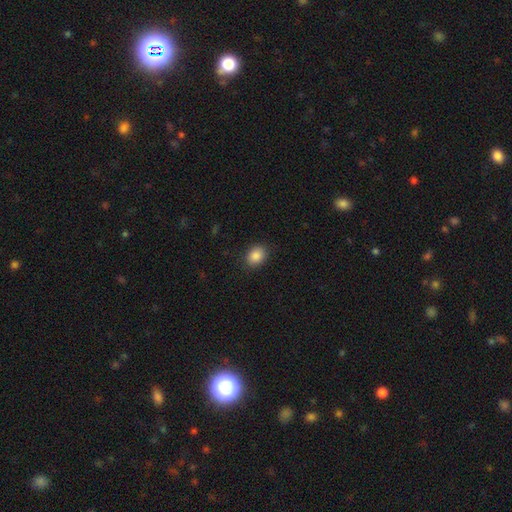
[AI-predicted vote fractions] Smooth or featured?
  - smooth: 87% *
  - star or artifact: 9%
  - featured or disk: 4%
How rounded?
  - in between: 63% *
  - round: 36%
  - cigar-shaped: 1%
Merging?
  - none: 86% *
  - minor disturbance: 10%
  - major disturbance: 3%
  - merger: 1%